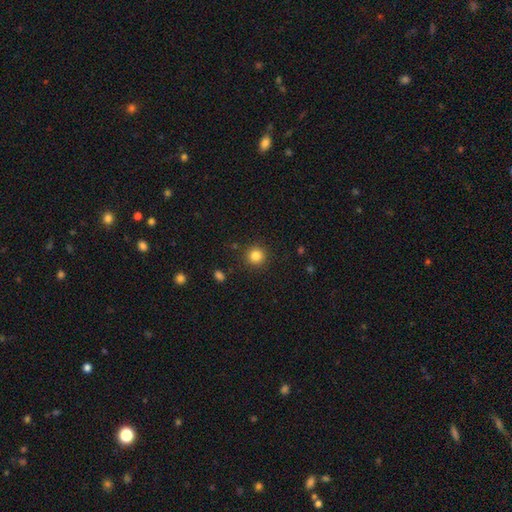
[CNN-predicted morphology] smooth-or-featured: smooth: 84% | star or artifact: 11% | featured or disk: 5%
  how-rounded: round: 94% | in between: 5% | cigar-shaped: 1%
  merging: none: 90% | minor disturbance: 6% | major disturbance: 2% | merger: 2%